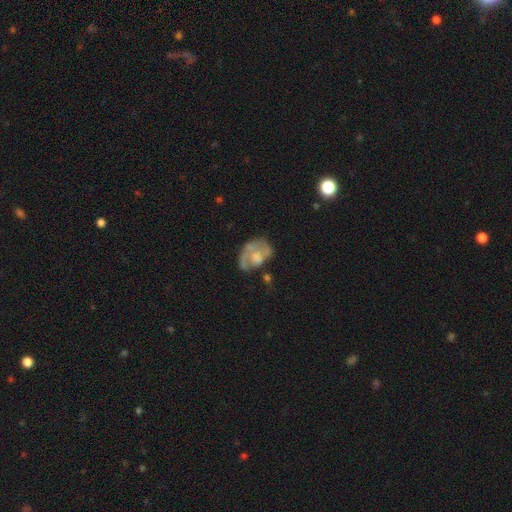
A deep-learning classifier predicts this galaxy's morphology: Overall: featured or disk (62%; smooth 31%). Edge-on disk: no (97%). Bar: no (80%). Spiral arms: yes (54%; no 46%). Bulge size: moderate (35%; none 30%). Merging: none (40%; major disturbance 27%).